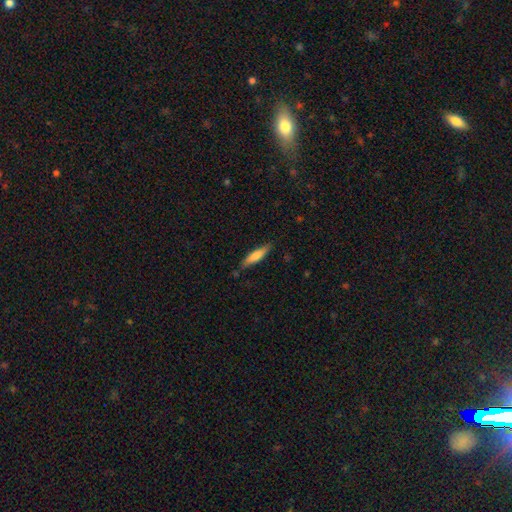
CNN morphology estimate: smooth 72%, featured or disk 23%, star or artifact 6%. Down the decision tree: how rounded — cigar-shaped (78%); merging — none (81%).